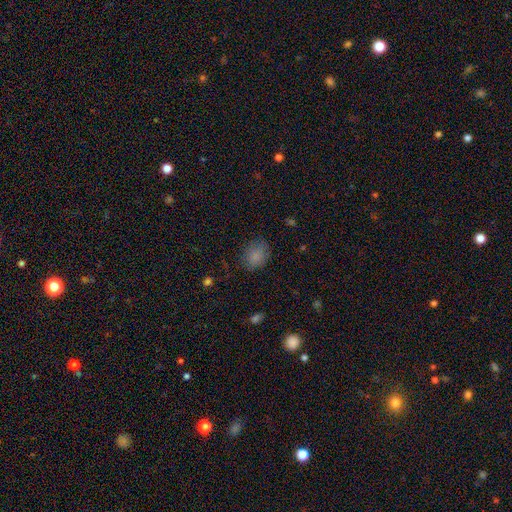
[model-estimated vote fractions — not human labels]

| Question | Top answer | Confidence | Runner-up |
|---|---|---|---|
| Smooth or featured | smooth | 83% | star or artifact (10%) |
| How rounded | in between | 55% | round (44%) |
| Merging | none | 77% | minor disturbance (17%) |